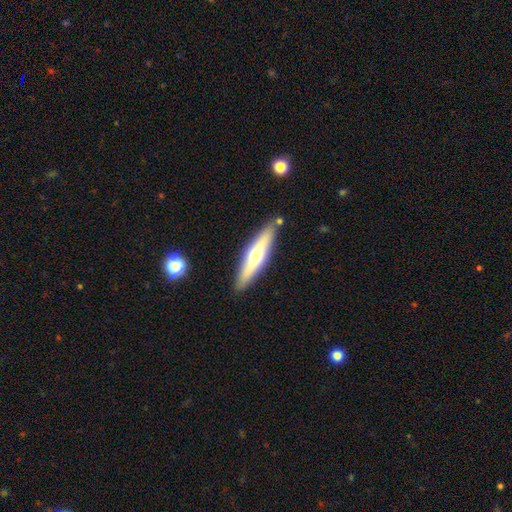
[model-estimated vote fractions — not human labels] smooth_or_featured: smooth (p=0.49) [alt: featured or disk p=0.45]
merging: none (p=0.84) [alt: minor disturbance p=0.11]